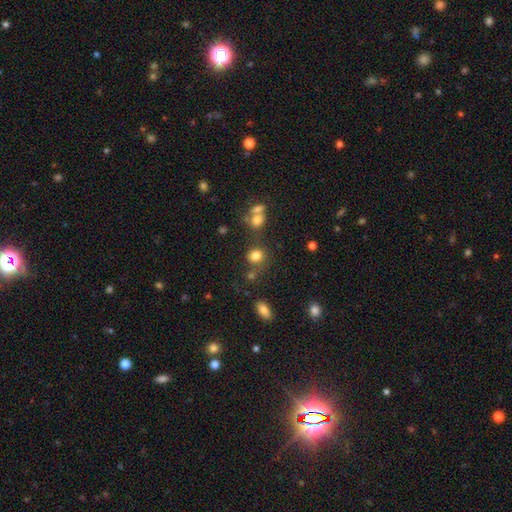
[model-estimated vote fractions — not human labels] A smooth galaxy with no disk features (79%) that is round (72%). Merging: none (67%).